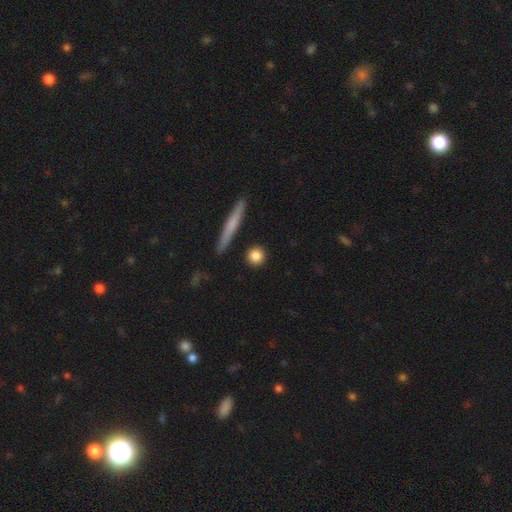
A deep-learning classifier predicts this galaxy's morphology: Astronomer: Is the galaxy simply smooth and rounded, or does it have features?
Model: smooth — 83%.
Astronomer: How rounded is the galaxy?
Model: round — 84%.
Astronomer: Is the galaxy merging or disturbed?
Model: none — 88%.